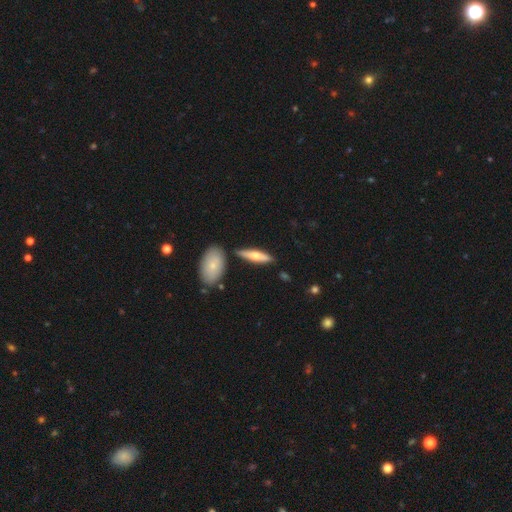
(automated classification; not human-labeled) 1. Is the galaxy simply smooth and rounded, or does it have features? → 53% smooth, 42% featured or disk, 6% star or artifact.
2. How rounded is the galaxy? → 65% cigar-shaped, 33% in between, 3% round.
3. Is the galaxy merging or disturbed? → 81% none, 10% minor disturbance, 7% merger, 3% major disturbance.